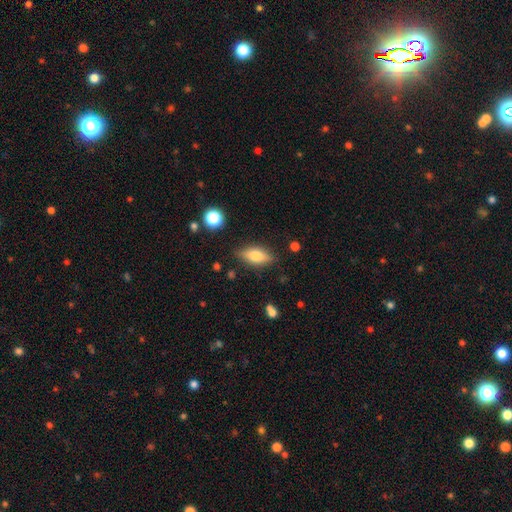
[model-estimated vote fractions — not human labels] Smooth or featured? smooth (64%)
How rounded? in between (75%)
Merging? none (83%)